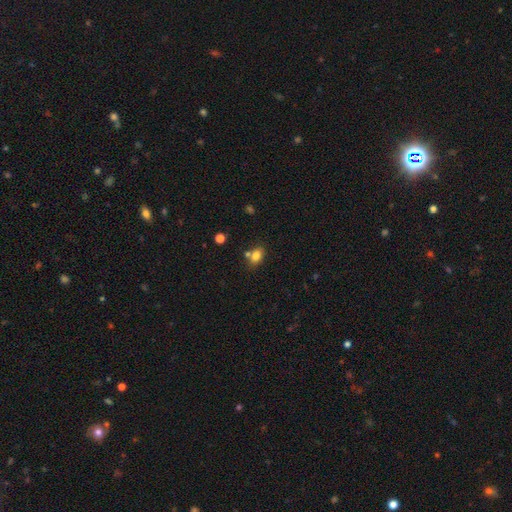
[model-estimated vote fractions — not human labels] This appears to be a smooth galaxy with no disk features (80%) that is in between round and cigar-shaped (79%). Merging: none (62%).